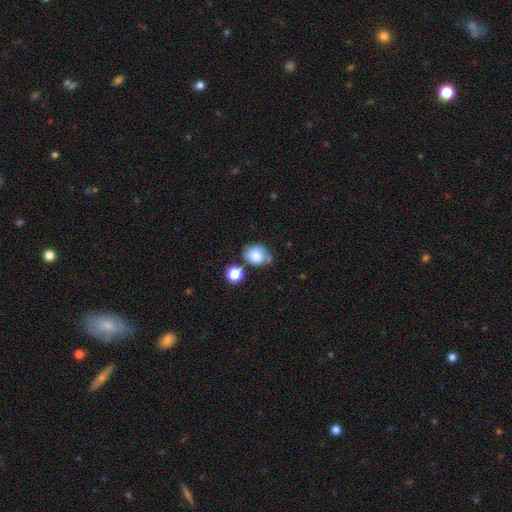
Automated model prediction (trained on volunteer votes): smooth_or_featured: smooth (p=0.70) [alt: featured or disk p=0.20]
how_rounded: round (p=0.52) [alt: in between p=0.47]
merging: none (p=0.49) [alt: minor disturbance p=0.26]